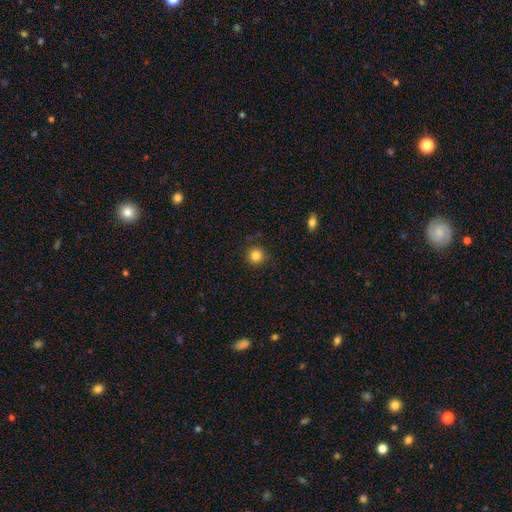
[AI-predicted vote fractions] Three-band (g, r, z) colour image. It shows a smooth galaxy with no disk features (85%) that is round (94%). Merging: none (88%).